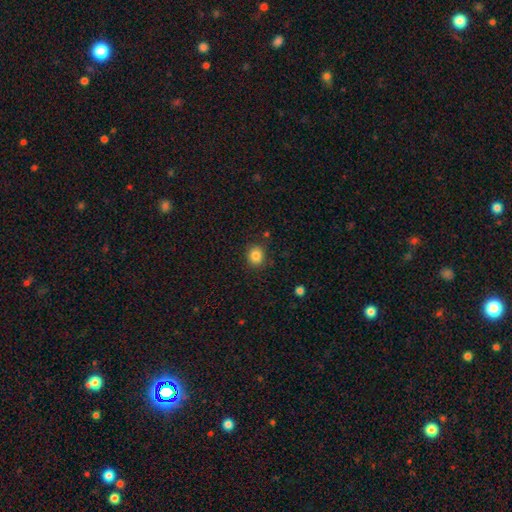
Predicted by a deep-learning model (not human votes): Q: Smooth or featured?
A: smooth (85%); runner-up: star or artifact (11%)
Q: How rounded?
A: round (78%); runner-up: in between (21%)
Q: Merging?
A: none (85%); runner-up: minor disturbance (10%)